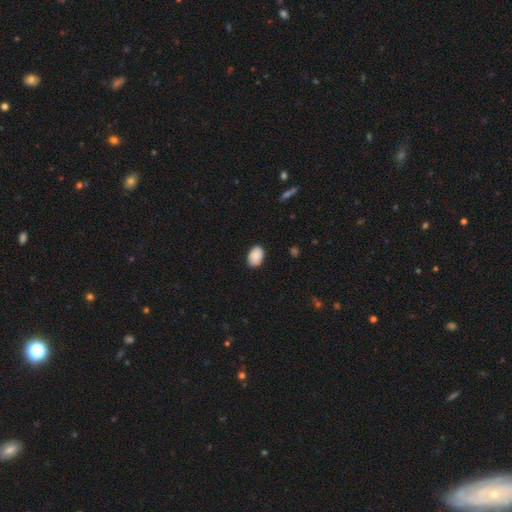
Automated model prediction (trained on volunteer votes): Smooth or featured? Predicted: smooth (p=0.90). How rounded? Predicted: in between (p=0.87). Merging? Predicted: none (p=0.86).